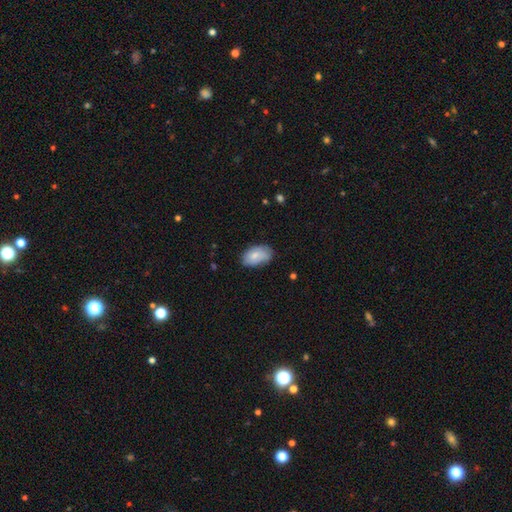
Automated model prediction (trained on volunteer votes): Smooth or featured?
  - smooth: 76% *
  - featured or disk: 18%
  - star or artifact: 7%
How rounded?
  - in between: 93% *
  - round: 5%
  - cigar-shaped: 1%
Merging?
  - none: 69% *
  - minor disturbance: 25%
  - major disturbance: 5%
  - merger: 1%